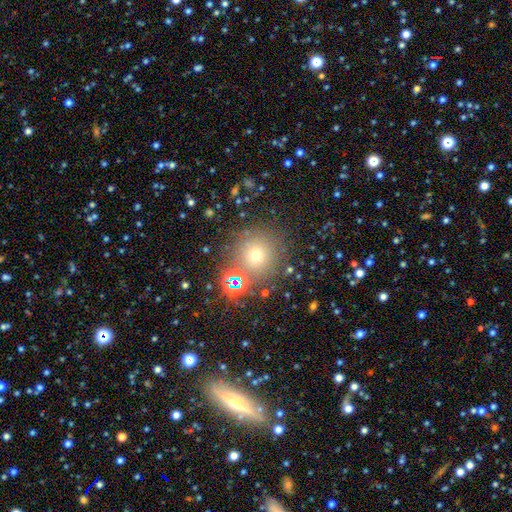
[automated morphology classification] Smooth or featured: smooth — 63% (star or artifact — 26%)
How rounded: round — 93% (in between — 6%)
Merging: none — 79% (minor disturbance — 8%)